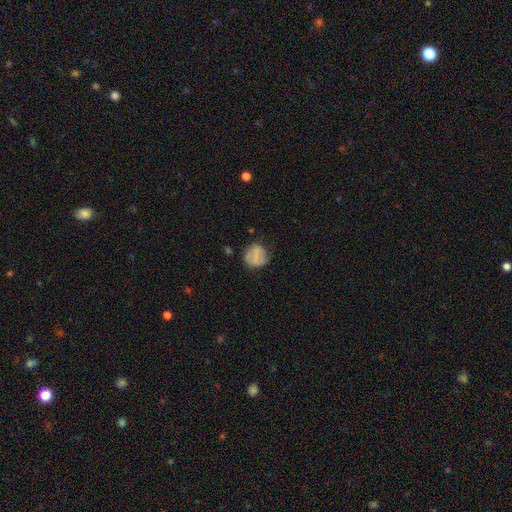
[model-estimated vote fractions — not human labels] smooth 62%, featured or disk 28%, star or artifact 9%. Down the decision tree: how rounded — round (83%); merging — none (67%).